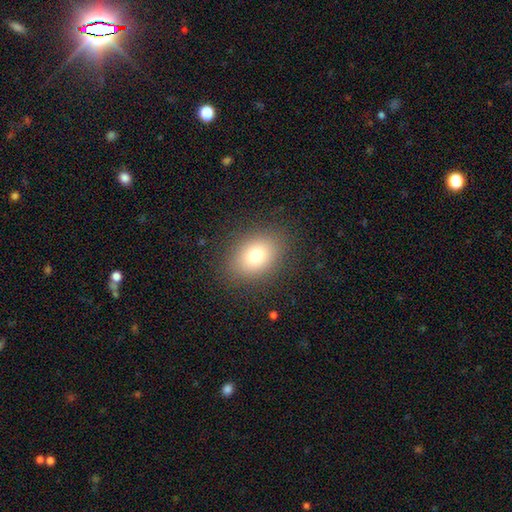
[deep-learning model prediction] smooth-or-featured: smooth: 75% | star or artifact: 13% | featured or disk: 12%
  how-rounded: in between: 63% | round: 36% | cigar-shaped: 1%
  merging: none: 86% | minor disturbance: 9% | major disturbance: 4% | merger: 1%